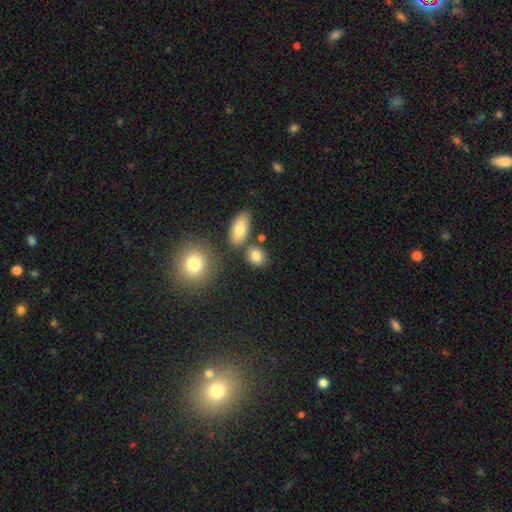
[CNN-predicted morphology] Smooth or featured: smooth — 83% (star or artifact — 10%)
How rounded: round — 56% (in between — 42%)
Merging: none — 75% (merger — 11%)